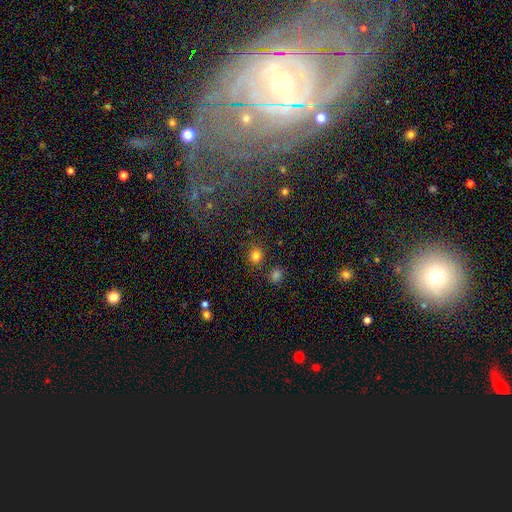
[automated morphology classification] This appears to be a smooth galaxy with no disk features (81%) that is round (81%). Merging: none (83%).